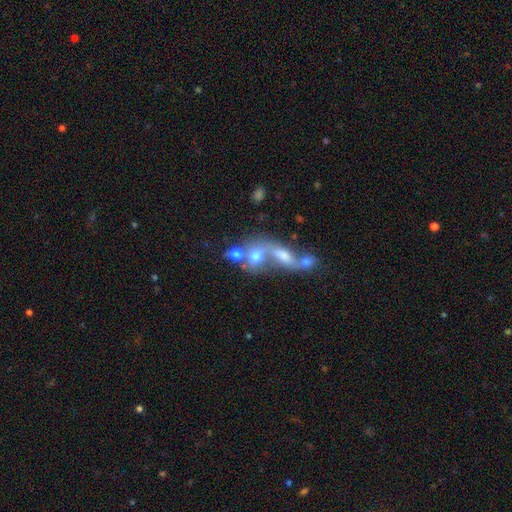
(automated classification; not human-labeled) Smooth or featured? featured or disk (52%)
Edge-on disk? no (86%)
Merging? merger (65%)